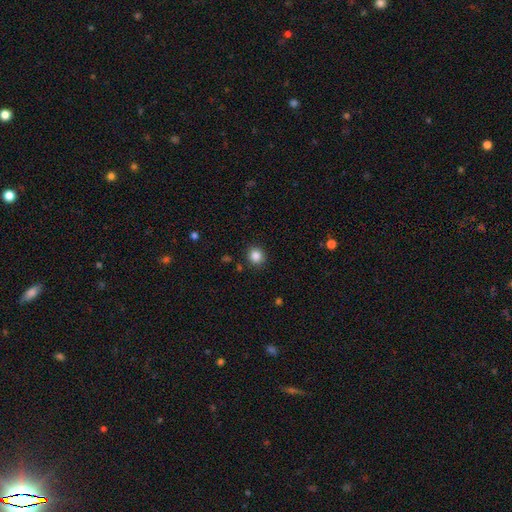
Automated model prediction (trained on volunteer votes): Smooth or featured?
  - smooth: 85% *
  - star or artifact: 11%
  - featured or disk: 4%
How rounded?
  - round: 88% *
  - in between: 11%
  - cigar-shaped: 1%
Merging?
  - none: 90% *
  - minor disturbance: 7%
  - major disturbance: 2%
  - merger: 2%